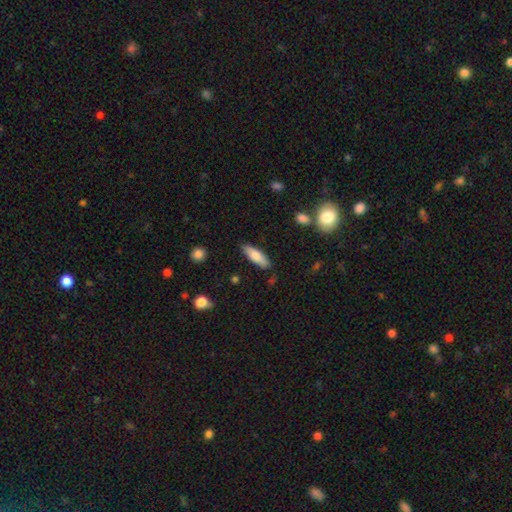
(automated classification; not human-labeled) A smooth galaxy with no disk features (77%) that is in between round and cigar-shaped (52%).

Vote fractions:
- Smooth or featured? smooth: 77% / featured or disk: 17% / star or artifact: 6%
- How rounded? in between: 52% / cigar-shaped: 46% / round: 2%
- Merging? none: 84% / minor disturbance: 12% / major disturbance: 2% / merger: 2%